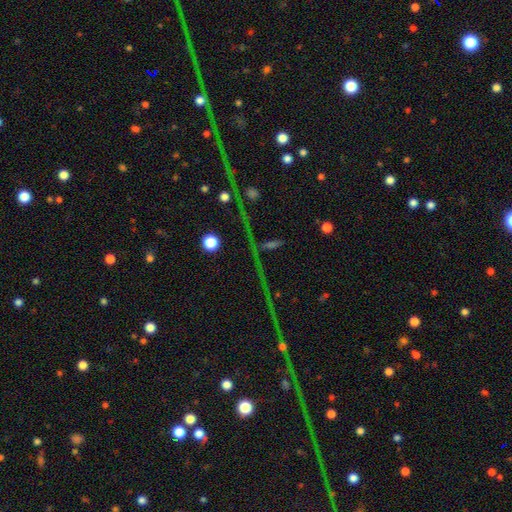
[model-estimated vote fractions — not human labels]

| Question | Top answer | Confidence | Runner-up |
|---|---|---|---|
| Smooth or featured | star or artifact | 80% | smooth (12%) |